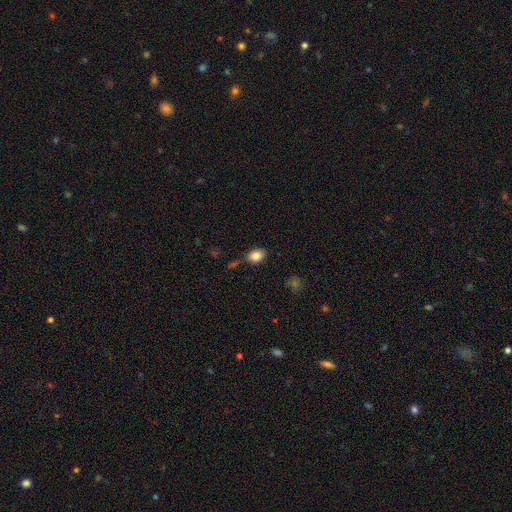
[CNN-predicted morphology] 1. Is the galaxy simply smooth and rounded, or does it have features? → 83% smooth, 9% star or artifact, 9% featured or disk.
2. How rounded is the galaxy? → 78% in between, 21% round, 1% cigar-shaped.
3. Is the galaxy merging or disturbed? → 79% none, 14% minor disturbance, 4% merger, 3% major disturbance.